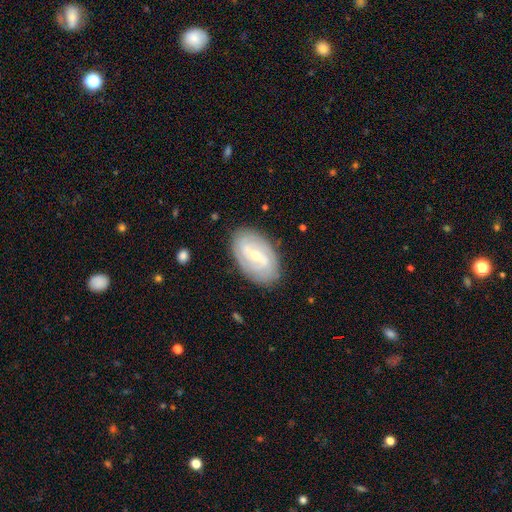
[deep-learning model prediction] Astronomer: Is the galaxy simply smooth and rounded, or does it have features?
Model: featured or disk — 80%.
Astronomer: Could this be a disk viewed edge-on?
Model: no — 95%.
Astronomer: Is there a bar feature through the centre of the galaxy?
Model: weak — 49% (runner-up: strong, 35%).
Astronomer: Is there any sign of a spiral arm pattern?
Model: yes — 89%.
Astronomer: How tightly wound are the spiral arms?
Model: tight — 51% (runner-up: medium, 34%).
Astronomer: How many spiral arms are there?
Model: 2 — 60%.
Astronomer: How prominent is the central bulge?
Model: small — 52% (runner-up: moderate, 45%).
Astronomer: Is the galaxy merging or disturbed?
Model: none — 84%.